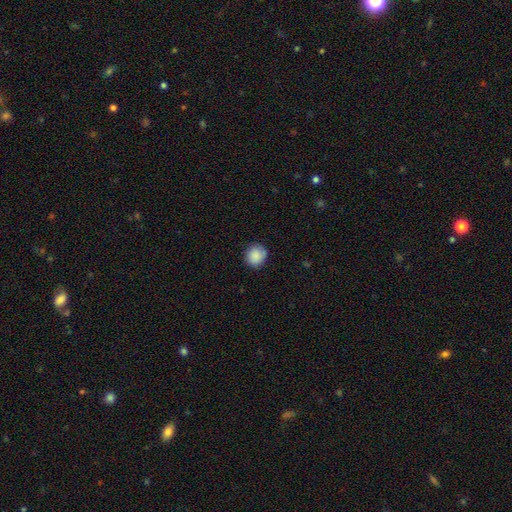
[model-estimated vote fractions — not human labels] Smooth or featured? smooth (84%)
How rounded? round (83%)
Merging? none (77%)